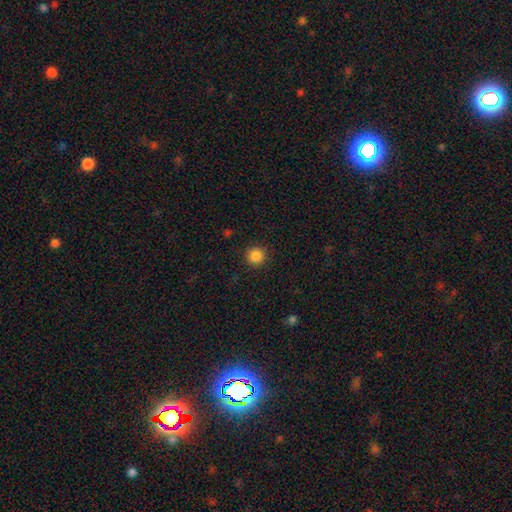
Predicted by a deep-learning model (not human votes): This is clearly a smooth galaxy (87%). How rounded: clearly round (94%). Merging: clearly none (92%).